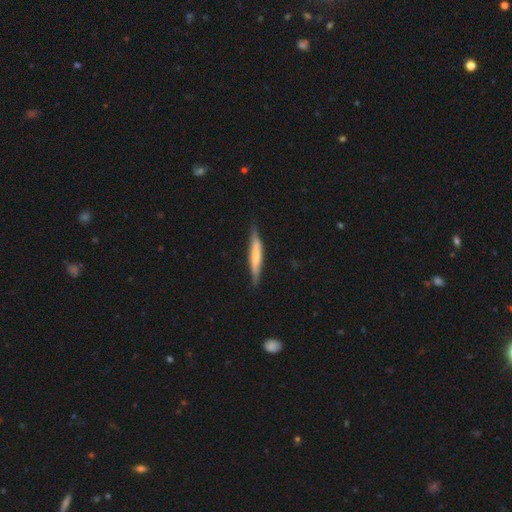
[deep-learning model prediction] Smooth or featured? smooth (55%)
How rounded? cigar-shaped (93%)
Merging? none (81%)